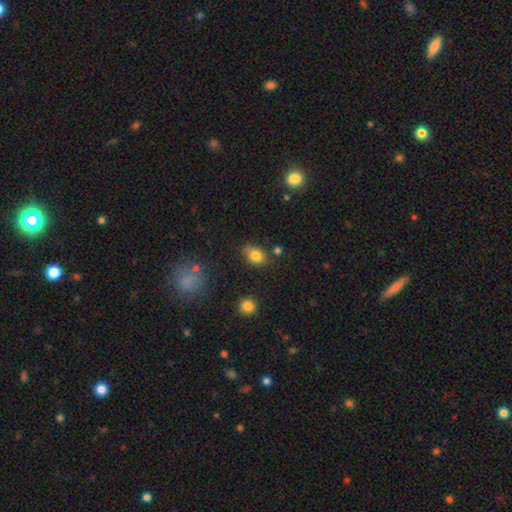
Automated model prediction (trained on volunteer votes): Smooth or featured: smooth — 81% (star or artifact — 11%)
How rounded: in between — 73% (round — 26%)
Merging: none — 70% (minor disturbance — 20%)